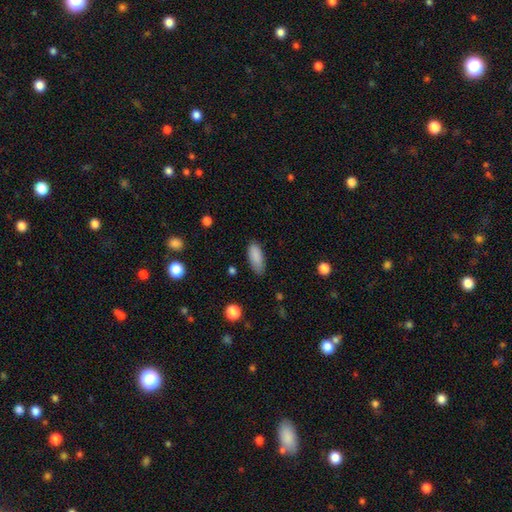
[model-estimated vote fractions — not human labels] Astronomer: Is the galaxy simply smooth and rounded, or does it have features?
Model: smooth — 88%.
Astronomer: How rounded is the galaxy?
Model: in between — 79%.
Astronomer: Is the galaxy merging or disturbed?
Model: none — 80%.